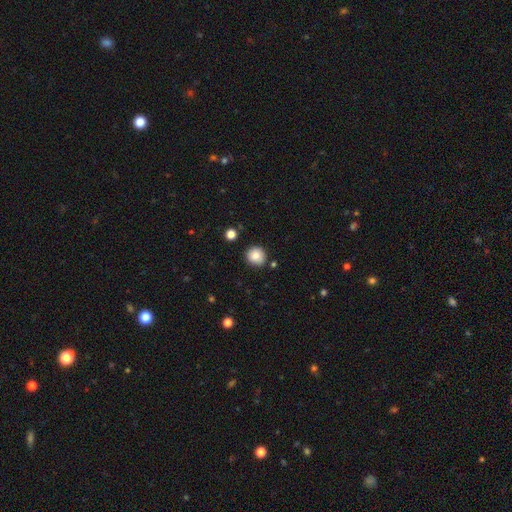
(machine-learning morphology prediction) This is clearly a smooth galaxy (83%). How rounded: clearly round (91%). Merging: clearly none (86%).